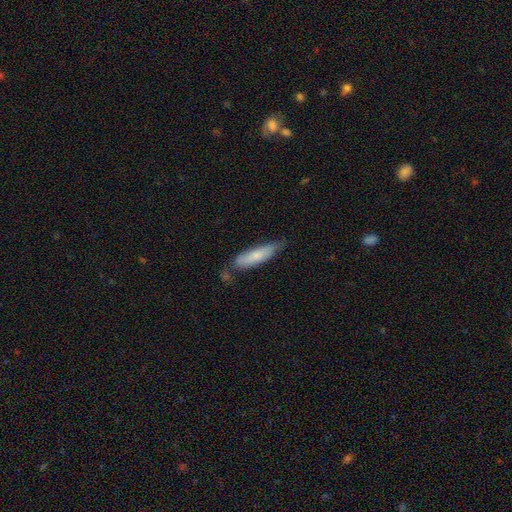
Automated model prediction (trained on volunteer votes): This appears to be a smooth galaxy with no disk features (73%) that is cigar-shaped (69%). Merging: none (60%).